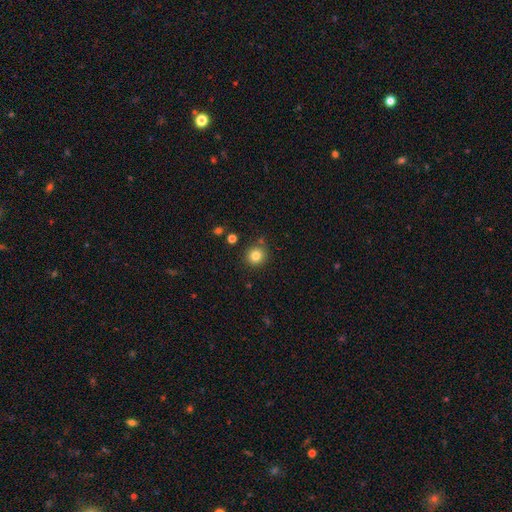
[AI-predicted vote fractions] smooth-or-featured: smooth: 82% | star or artifact: 12% | featured or disk: 6%
  how-rounded: round: 90% | in between: 9% | cigar-shaped: 1%
  merging: none: 83% | minor disturbance: 10% | merger: 5% | major disturbance: 3%